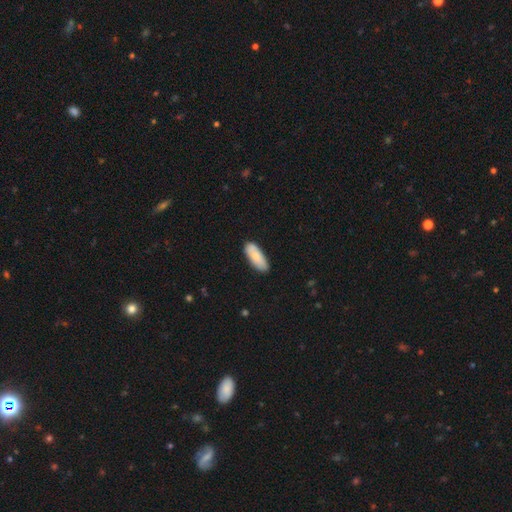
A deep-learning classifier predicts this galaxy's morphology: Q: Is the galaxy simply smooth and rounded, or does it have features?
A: smooth — 79%.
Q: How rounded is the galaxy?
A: in between — 75%.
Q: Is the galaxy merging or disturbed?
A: none — 83%.